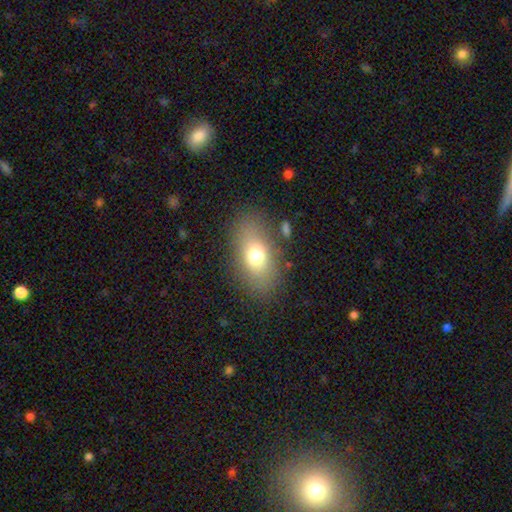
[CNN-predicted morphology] type=smooth (70%); roundness=in between (84%); merging=none (80%).